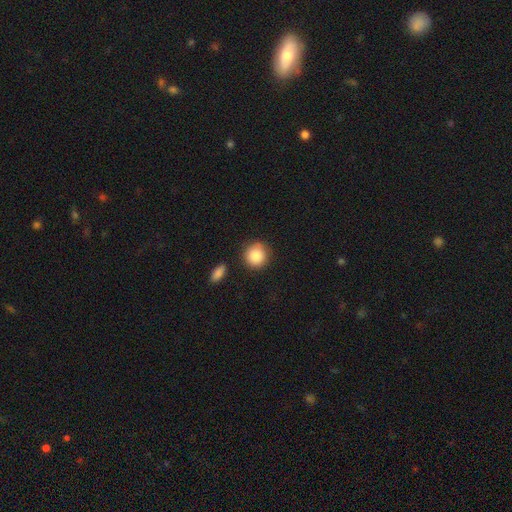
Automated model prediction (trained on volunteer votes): smooth-or-featured: smooth: 88% | star or artifact: 7% | featured or disk: 5%
  how-rounded: round: 90% | in between: 9% | cigar-shaped: 1%
  merging: none: 82% | minor disturbance: 11% | merger: 4% | major disturbance: 3%